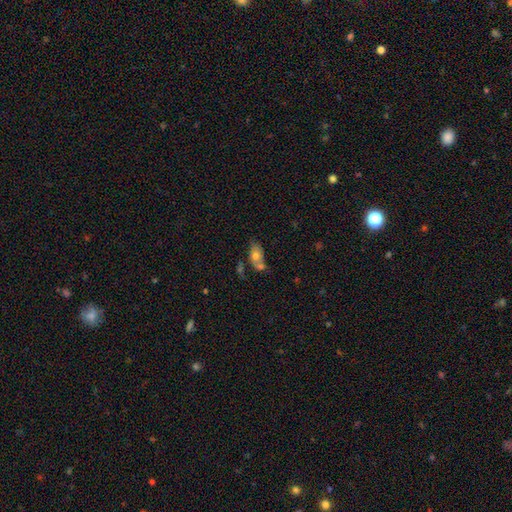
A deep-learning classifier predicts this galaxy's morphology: Smooth or featured?
  - smooth: 65% *
  - featured or disk: 27%
  - star or artifact: 8%
How rounded?
  - in between: 83% *
  - round: 13%
  - cigar-shaped: 4%
Merging?
  - merger: 42% *
  - none: 32%
  - minor disturbance: 17%
  - major disturbance: 8%